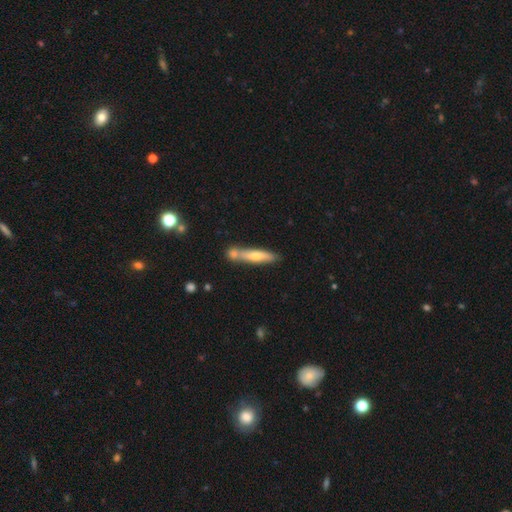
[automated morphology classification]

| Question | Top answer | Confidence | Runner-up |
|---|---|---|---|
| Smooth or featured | smooth | 53% | featured or disk (40%) |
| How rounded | cigar-shaped | 88% | in between (11%) |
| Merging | none | 61% | merger (22%) |